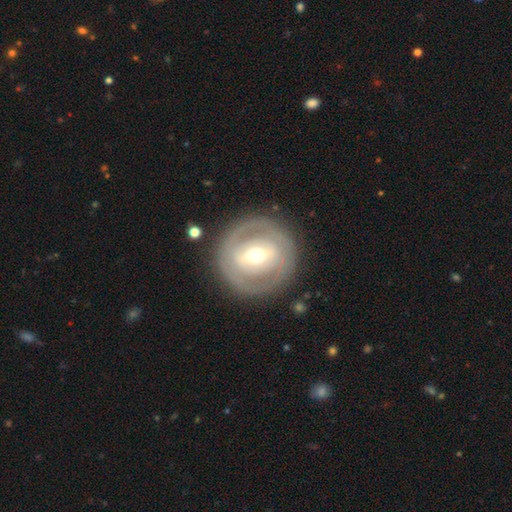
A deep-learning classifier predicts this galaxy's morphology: Smooth or featured? featured or disk (65%)
Edge-on disk? no (95%)
Bar? weak (39%)
Spiral arms? no (63%)
Bulge size? moderate (61%)
Merging? none (84%)